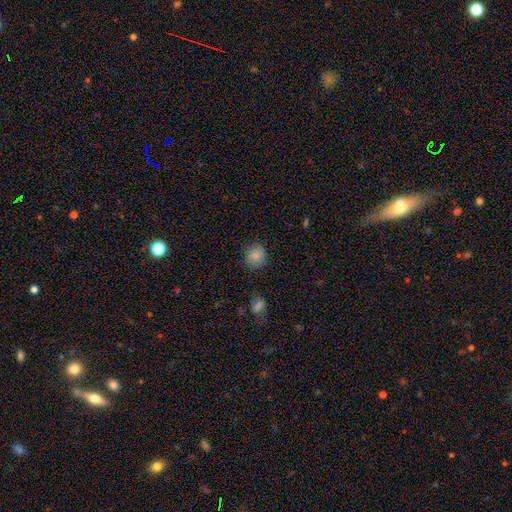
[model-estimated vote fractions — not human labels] This appears to be a smooth galaxy with no disk features (85%) that is round (80%). Merging: none (84%).